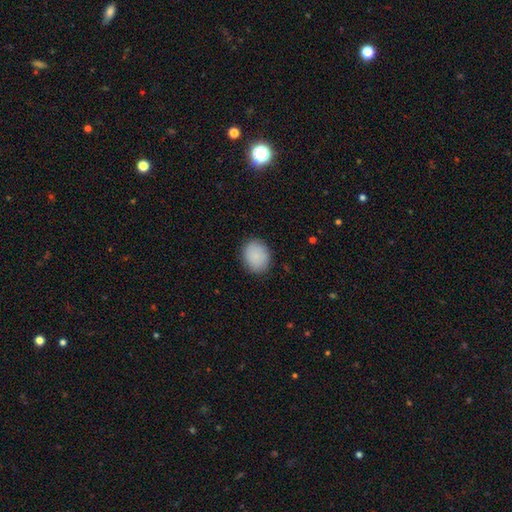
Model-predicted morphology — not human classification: smooth-or-featured: smooth: 88% | star or artifact: 7% | featured or disk: 5%
  how-rounded: round: 51% | in between: 48% | cigar-shaped: 1%
  merging: none: 87% | minor disturbance: 10% | major disturbance: 2% | merger: 1%